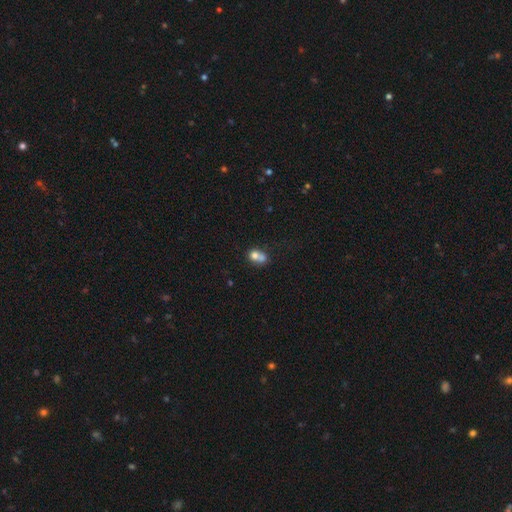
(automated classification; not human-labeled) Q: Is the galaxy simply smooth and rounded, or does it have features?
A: smooth — 69%.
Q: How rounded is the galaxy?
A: round — 62%.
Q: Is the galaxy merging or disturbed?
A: merger — 59%.